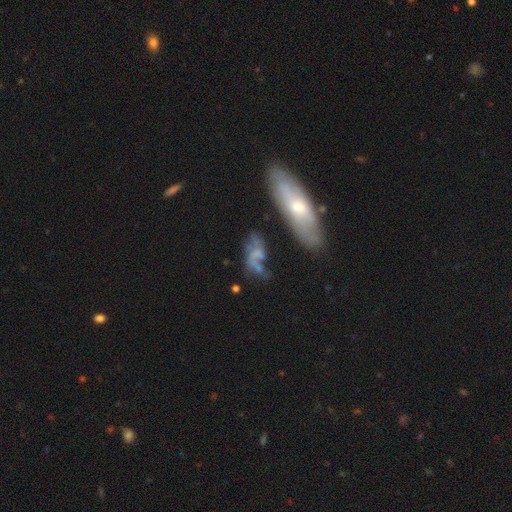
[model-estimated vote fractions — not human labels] A featured or disk galaxy (56%). Merging: none (44%).